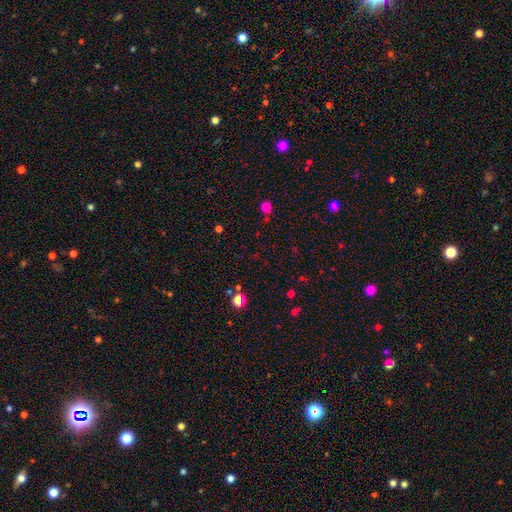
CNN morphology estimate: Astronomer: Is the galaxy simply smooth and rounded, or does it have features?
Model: star or artifact — 57% (runner-up: smooth, 35%).